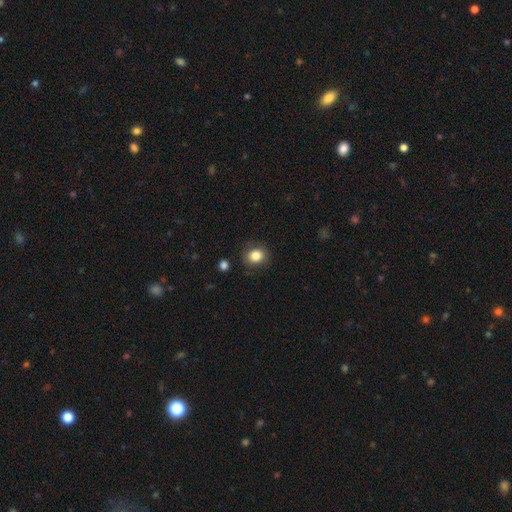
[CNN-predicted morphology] Overall: smooth (83%). How rounded: round (71%). Merging: none (85%).